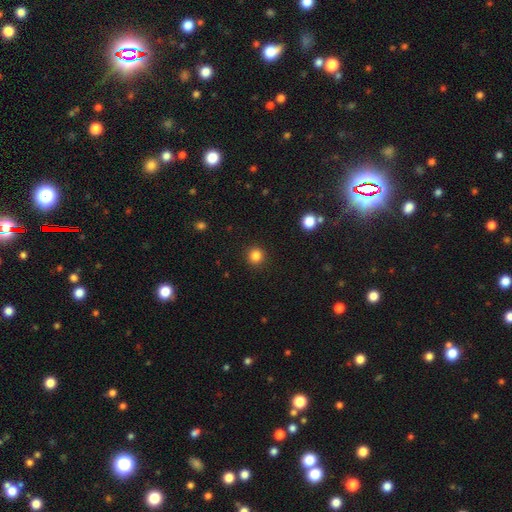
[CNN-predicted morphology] This is clearly a smooth galaxy (84%). How rounded: clearly round (93%). Merging: clearly none (92%).